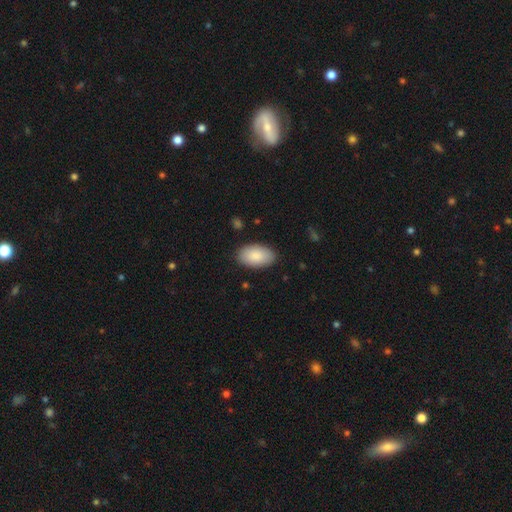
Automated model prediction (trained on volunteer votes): The model was most divided on "merging": none: 87%, minor disturbance: 10%, major disturbance: 2%, merger: 1%. More confident: how rounded — in between (95%); smooth or featured — smooth (87%).